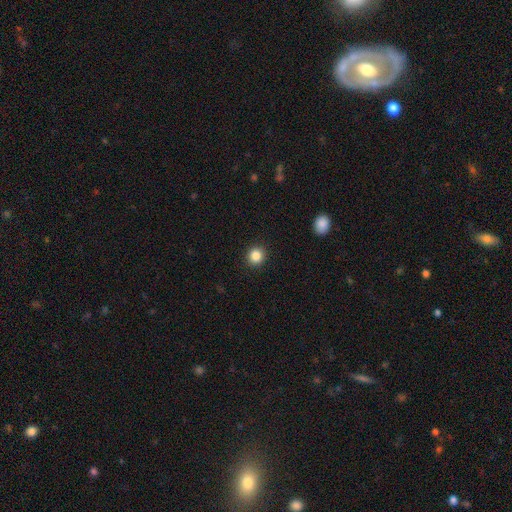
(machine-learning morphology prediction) Smooth or featured? smooth (85%)
How rounded? round (91%)
Merging? none (92%)